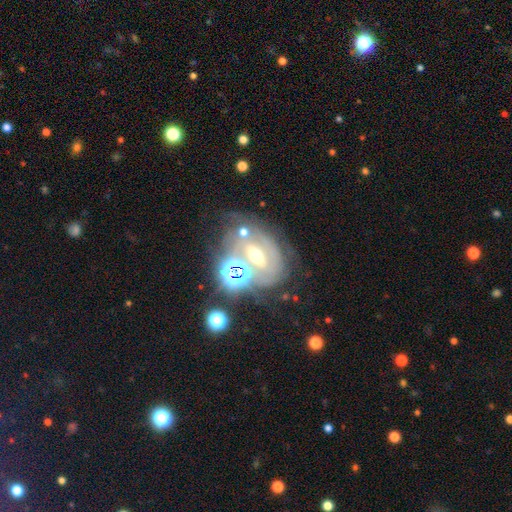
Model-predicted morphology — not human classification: smooth_or_featured: featured or disk (p=0.63) [alt: star or artifact p=0.21]
disk_edge_on: no (p=0.93) [alt: yes p=0.07]
bar: weak (p=0.34) [tied with: strong p=0.34]
has_spiral_arms: yes (p=0.61) [alt: no p=0.39]
bulge_size: moderate (p=0.61) [alt: small p=0.29]
merging: none (p=0.46) [alt: minor disturbance p=0.20]